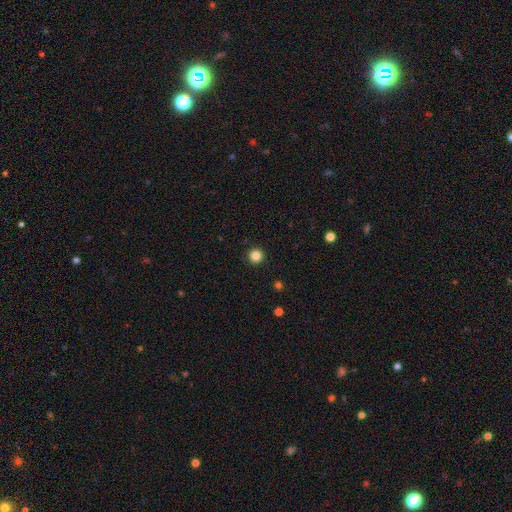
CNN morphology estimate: This is clearly a smooth galaxy (85%). How rounded: clearly round (96%). Merging: clearly none (93%).